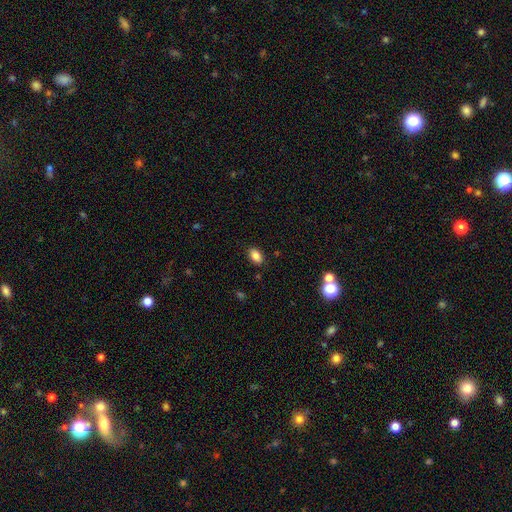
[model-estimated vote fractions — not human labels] smooth-or-featured: smooth: 84% | star or artifact: 9% | featured or disk: 6%
  how-rounded: in between: 87% | round: 12% | cigar-shaped: 2%
  merging: none: 86% | minor disturbance: 10% | major disturbance: 2% | merger: 1%